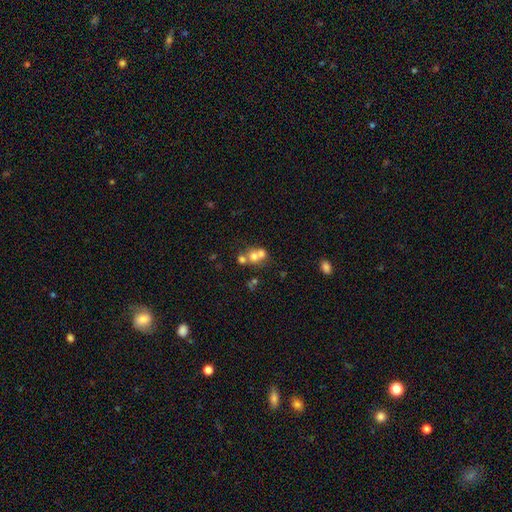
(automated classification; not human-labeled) The model was most divided on "merging": merger: 60%, none: 30%, minor disturbance: 6%, major disturbance: 4%. More confident: how rounded — round (74%); smooth or featured — smooth (61%).